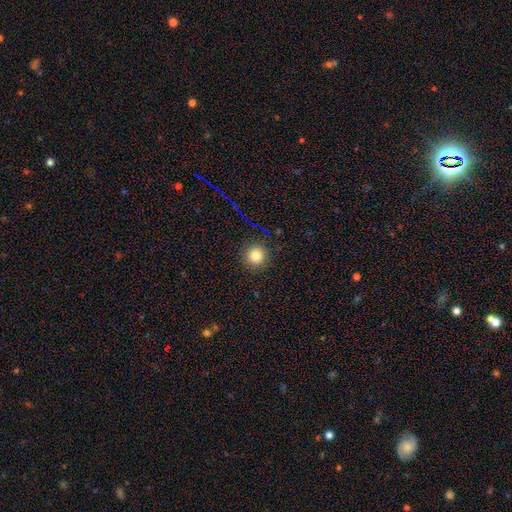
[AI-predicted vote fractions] This is likely a smooth galaxy (80%). How rounded: clearly round (94%). Merging: clearly none (90%).